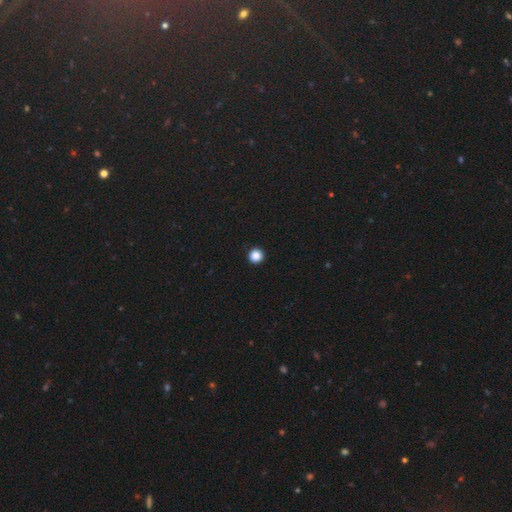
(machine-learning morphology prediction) A smooth galaxy with no disk features (86%) that is round (96%). Merging: none (94%).